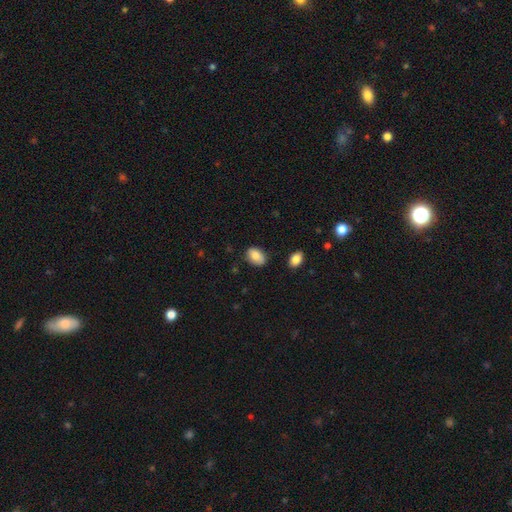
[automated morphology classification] A smooth galaxy with no disk features (86%) that is in between round and cigar-shaped (86%). Merging: none (79%).